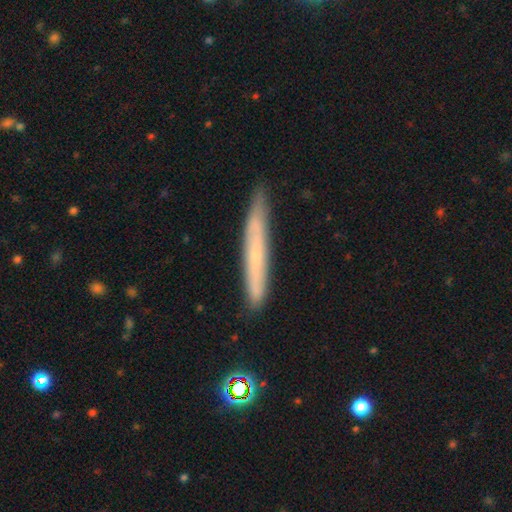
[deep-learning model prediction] This is possibly a smooth galaxy (49%). Merging: clearly none (84%).